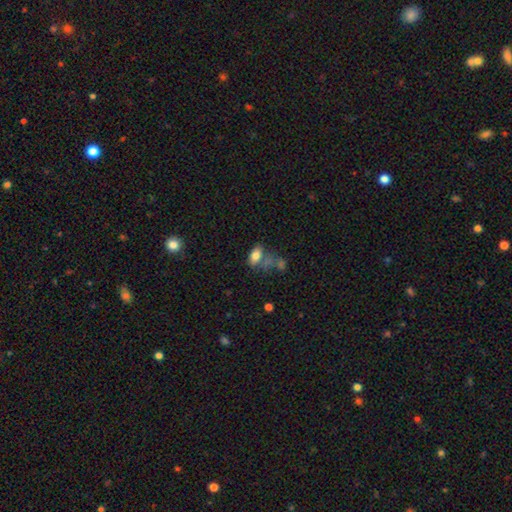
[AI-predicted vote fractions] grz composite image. It shows a smooth galaxy with no disk features (78%) that is in between round and cigar-shaped (90%). Merging: none (48%).